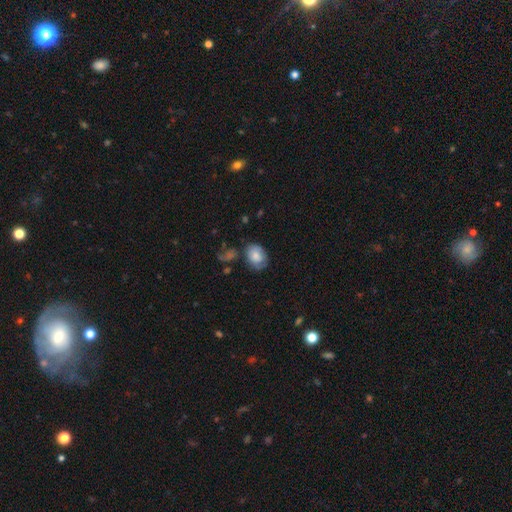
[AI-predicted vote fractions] The model was most divided on "merging": none: 52%, minor disturbance: 29%, major disturbance: 13%, merger: 6%. More confident: how rounded — in between (69%); smooth or featured — smooth (66%).